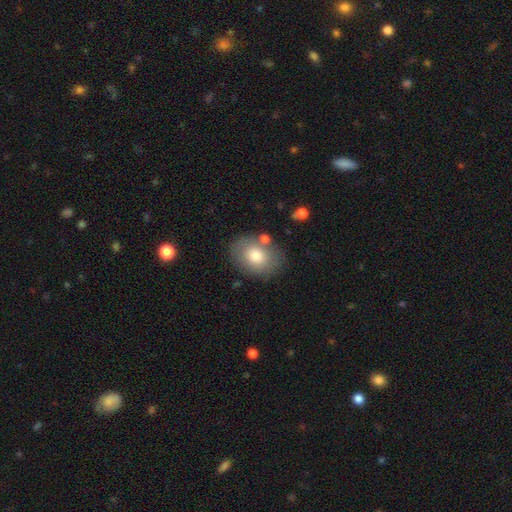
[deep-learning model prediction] Smooth or featured? smooth (76%)
How rounded? in between (67%)
Merging? none (76%)